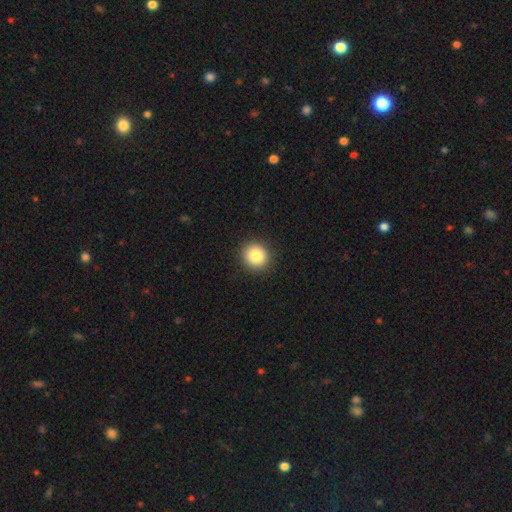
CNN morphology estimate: This is clearly a smooth galaxy (84%). How rounded: clearly round (91%). Merging: clearly none (92%).